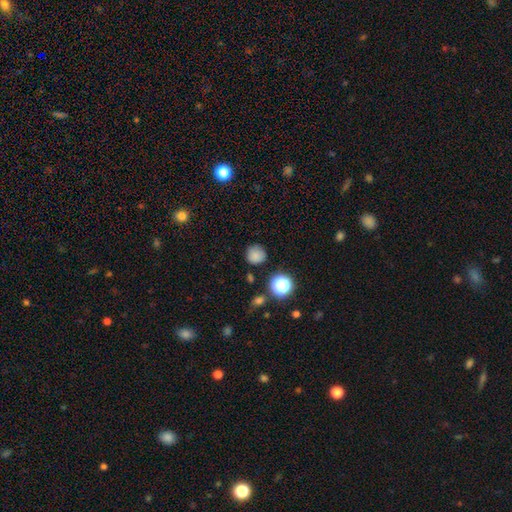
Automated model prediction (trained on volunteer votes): Smooth or featured?
  - smooth: 80% *
  - star or artifact: 15%
  - featured or disk: 6%
How rounded?
  - round: 92% *
  - in between: 7%
  - cigar-shaped: 1%
Merging?
  - none: 81% *
  - minor disturbance: 12%
  - major disturbance: 3%
  - merger: 3%